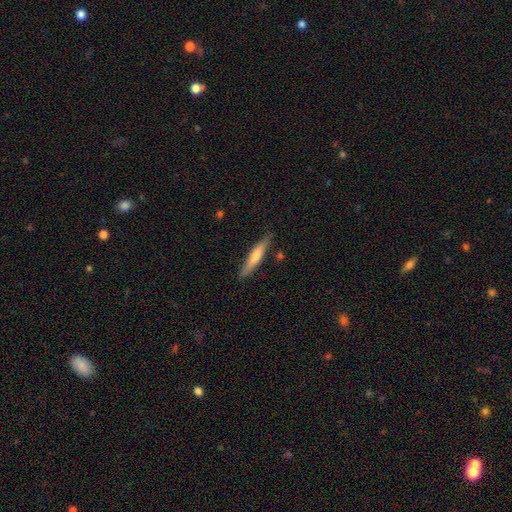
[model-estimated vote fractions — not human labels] Morphology: type=smooth (53%); roundness=cigar-shaped (91%); merging=none (86%).